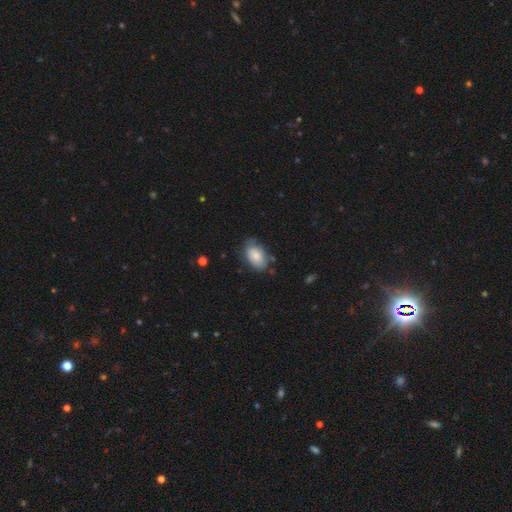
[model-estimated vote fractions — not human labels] The model was most divided on "merging": none: 66%, minor disturbance: 25%, major disturbance: 6%, merger: 3%. More confident: how rounded — in between (90%); smooth or featured — smooth (75%).